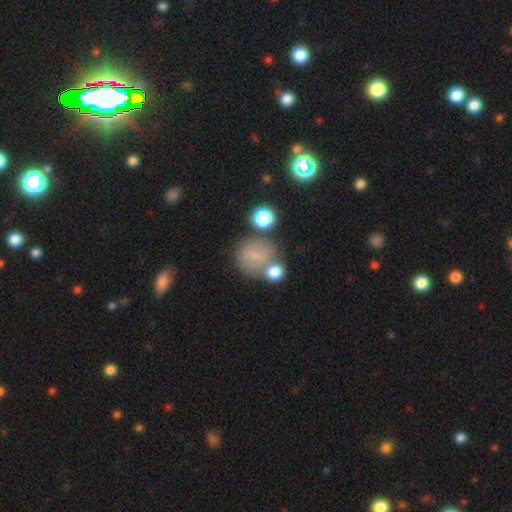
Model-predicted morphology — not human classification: This is possibly a smooth galaxy (60%). How rounded: clearly round (83%). Merging: possibly none (55%).